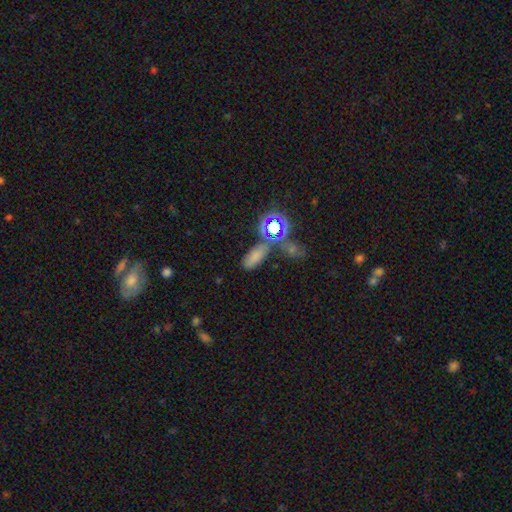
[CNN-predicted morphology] Smooth or featured?
  - smooth: 66% *
  - star or artifact: 26%
  - featured or disk: 9%
How rounded?
  - in between: 80% *
  - cigar-shaped: 12%
  - round: 8%
Merging?
  - none: 64% *
  - merger: 15%
  - minor disturbance: 15%
  - major disturbance: 6%